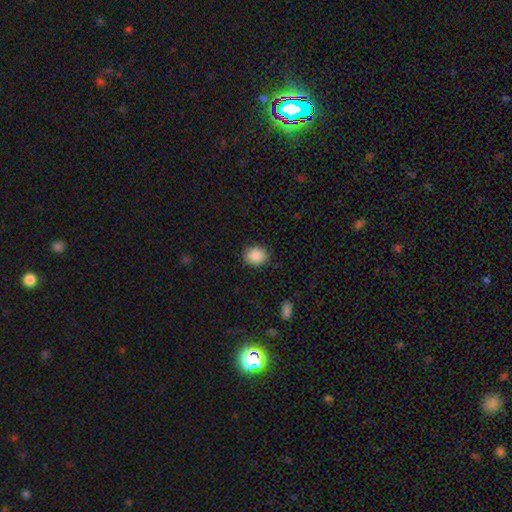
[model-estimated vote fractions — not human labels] Smooth or featured? Predicted: smooth (p=0.89). How rounded? Predicted: round (p=0.61). Merging? Predicted: none (p=0.88).